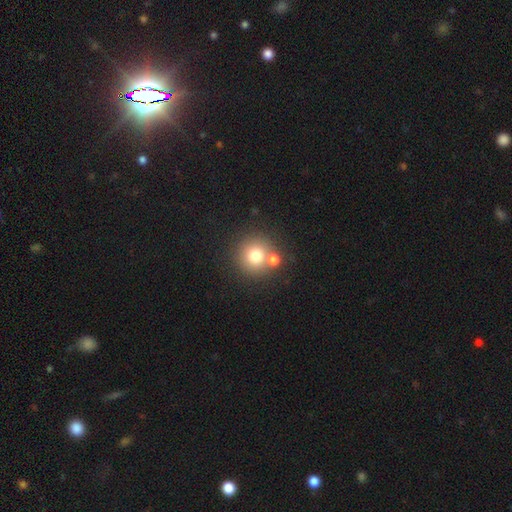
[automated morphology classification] The model was most divided on "merging": none: 66%, merger: 24%, minor disturbance: 8%, major disturbance: 3%. More confident: how rounded — round (93%); smooth or featured — smooth (74%).